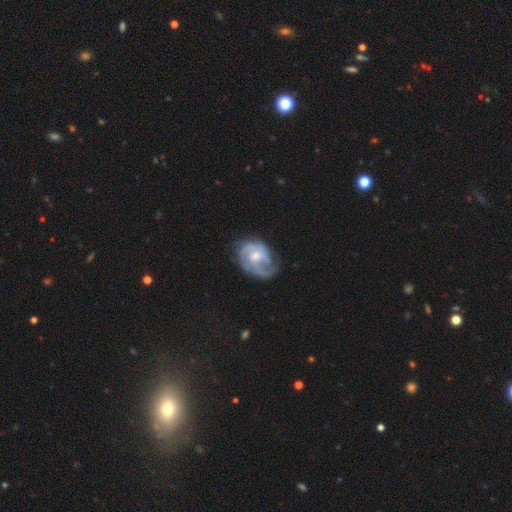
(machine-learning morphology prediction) featured or disk 77%, smooth 18%, star or artifact 5%. Down the decision tree: edge-on disk — no (98%); bar — no (58%); spiral arms — yes (90%); spiral arm count — 2 (43%); spiral winding — tight (44%); bulge size — moderate (58%); merging — none (54%).